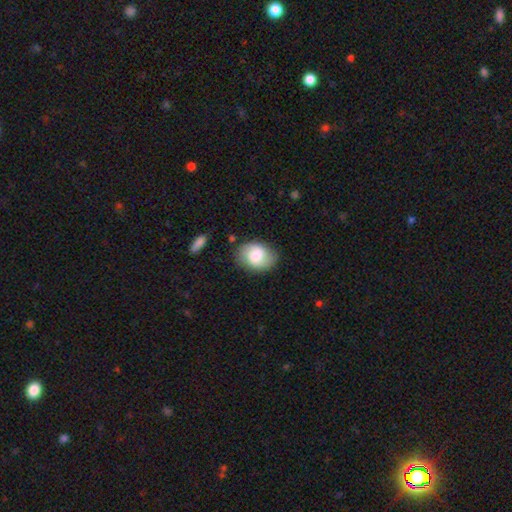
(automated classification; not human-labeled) Smooth or featured: smooth — 60% (featured or disk — 33%)
How rounded: in between — 60% (round — 38%)
Merging: none — 76% (minor disturbance — 17%)